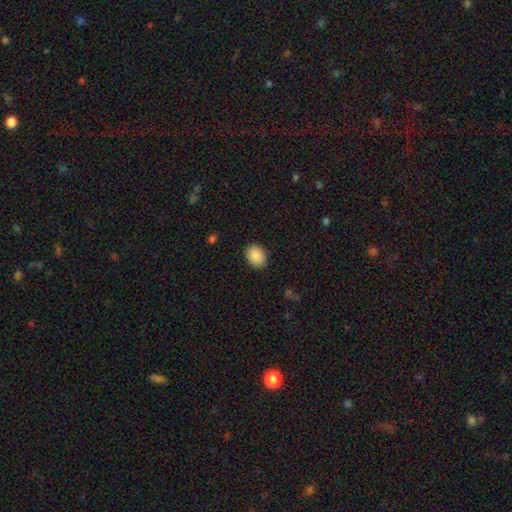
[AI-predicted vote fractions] Smooth or featured?
  - smooth: 90% *
  - star or artifact: 7%
  - featured or disk: 3%
How rounded?
  - in between: 57% *
  - round: 42%
  - cigar-shaped: 1%
Merging?
  - none: 88% *
  - minor disturbance: 9%
  - major disturbance: 2%
  - merger: 1%